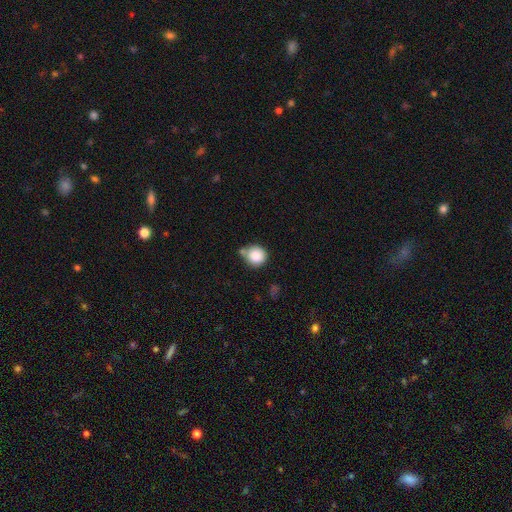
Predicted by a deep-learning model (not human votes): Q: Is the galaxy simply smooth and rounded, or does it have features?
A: smooth — 86%.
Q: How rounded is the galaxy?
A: round — 92%.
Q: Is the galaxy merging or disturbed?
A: none — 60%.